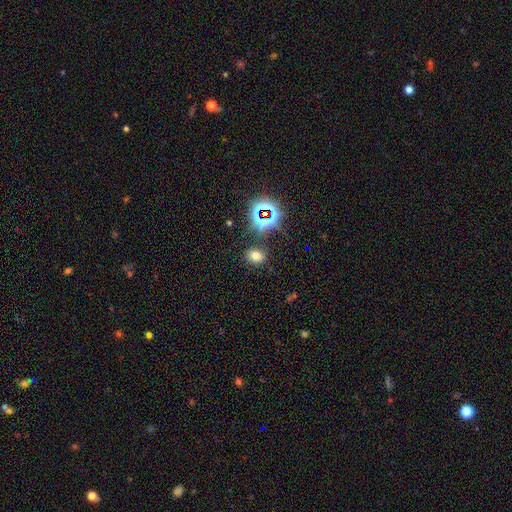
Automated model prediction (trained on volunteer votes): This is likely a smooth galaxy (66%). How rounded: possibly round (52%). Merging: clearly none (83%).